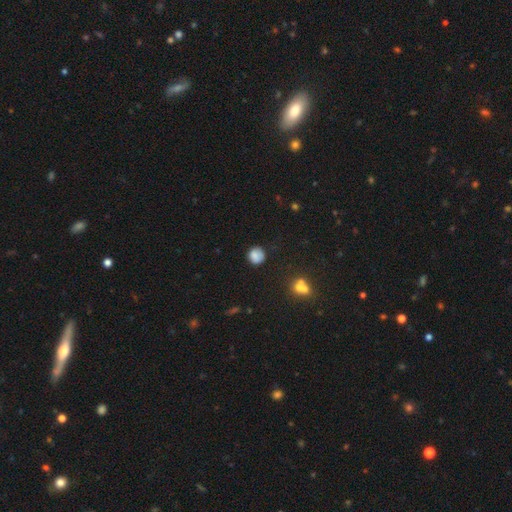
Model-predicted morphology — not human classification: smooth-or-featured: smooth: 83% | star or artifact: 10% | featured or disk: 6%
  how-rounded: round: 87% | in between: 12% | cigar-shaped: 1%
  merging: none: 79% | minor disturbance: 15% | major disturbance: 4% | merger: 2%